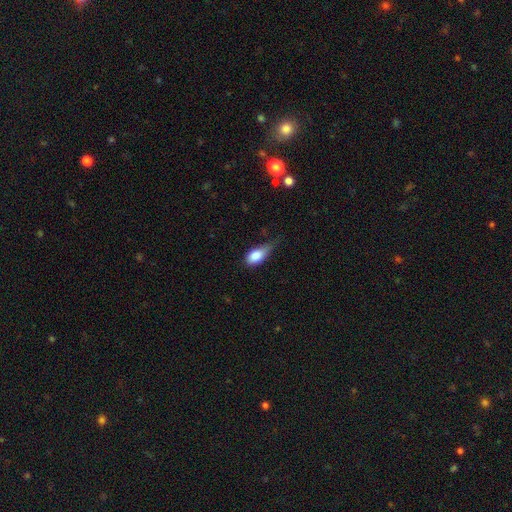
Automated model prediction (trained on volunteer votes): This is clearly a smooth galaxy (81%). How rounded: clearly in between (85%). Merging: possibly minor disturbance (49%).